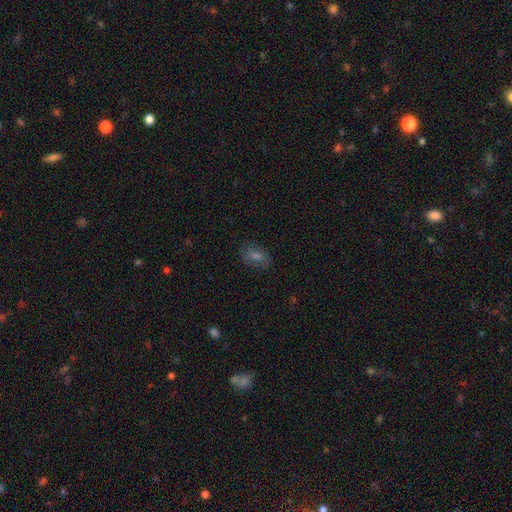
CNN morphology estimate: Smooth or featured? smooth (51%)
How rounded? in between (71%)
Merging? none (81%)